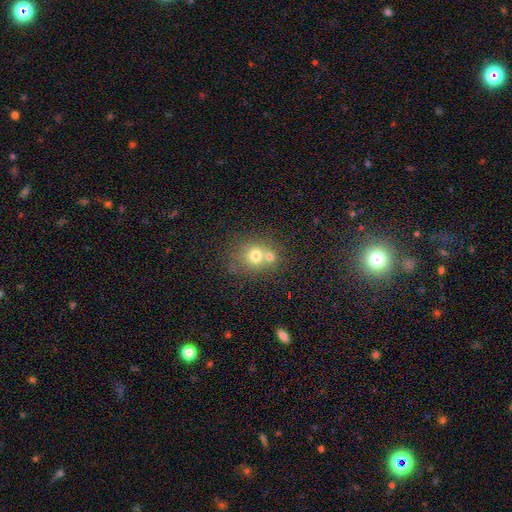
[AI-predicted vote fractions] smooth_or_featured: smooth (p=0.70) [alt: featured or disk p=0.17]
how_rounded: round (p=0.77) [alt: in between p=0.22]
merging: merger (p=0.50) [alt: none p=0.38]